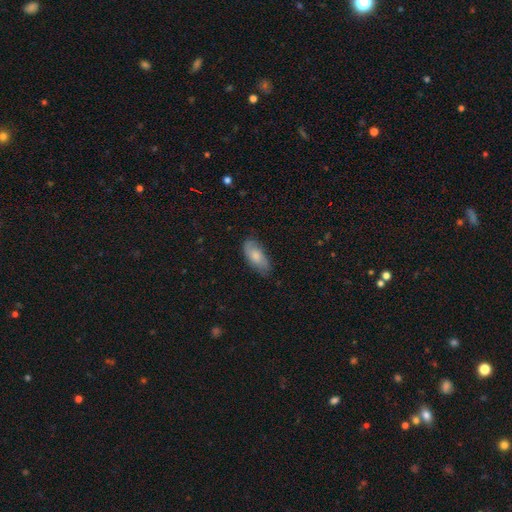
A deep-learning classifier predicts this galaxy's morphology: Overall: smooth (70%). How rounded: in between (86%). Merging: none (74%).